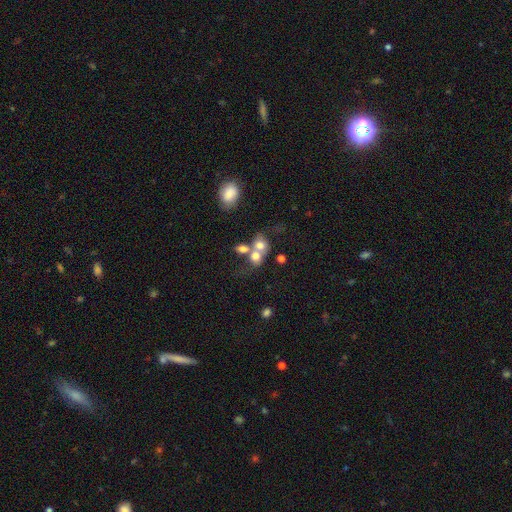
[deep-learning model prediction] The model was most divided on "how rounded": round: 62%, in between: 37%, cigar-shaped: 1%. More confident: smooth or featured — smooth (68%); merging — merger (62%).